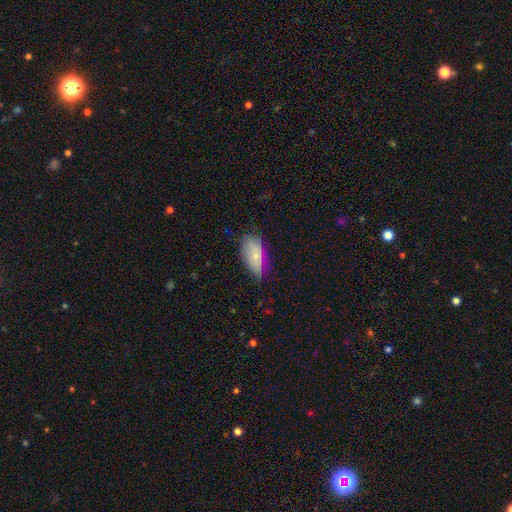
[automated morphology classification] Smooth or featured: smooth — 74% (featured or disk — 18%)
How rounded: in between — 91% (cigar-shaped — 6%)
Merging: none — 64% (minor disturbance — 28%)